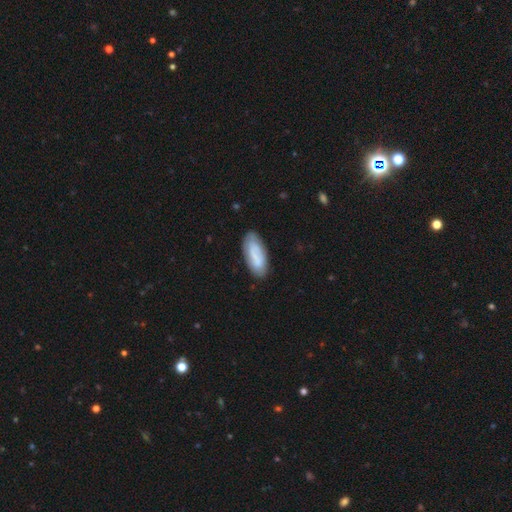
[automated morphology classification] The model was most divided on "smooth or featured": smooth: 67%, featured or disk: 26%, star or artifact: 7%. More confident: how rounded — in between (83%); merging — none (75%).